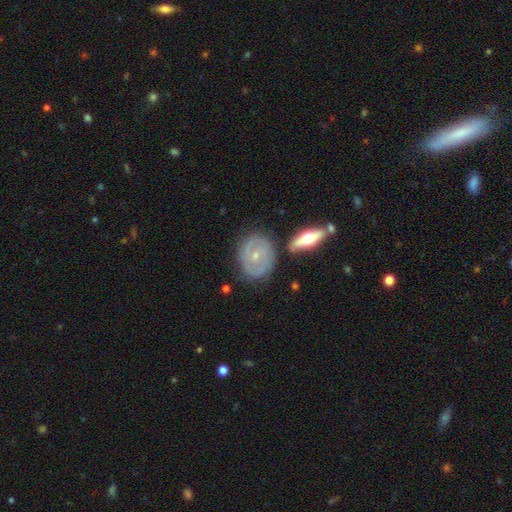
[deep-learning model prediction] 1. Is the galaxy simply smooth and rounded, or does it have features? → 74% featured or disk, 20% smooth, 6% star or artifact.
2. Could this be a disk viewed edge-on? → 94% no, 6% yes.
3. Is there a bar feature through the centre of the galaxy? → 60% no, 31% weak, 9% strong.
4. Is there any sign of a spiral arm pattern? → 82% yes, 18% no.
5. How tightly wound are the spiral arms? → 59% tight, 31% medium, 10% loose.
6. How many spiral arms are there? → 58% 2, 26% can't tell, 7% 3, 3% 1, 3% 4, 2% more than 4.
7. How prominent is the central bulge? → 70% small, 27% moderate, 2% none, 1% large, 1% dominant.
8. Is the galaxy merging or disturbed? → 74% none, 17% minor disturbance, 5% merger, 5% major disturbance.